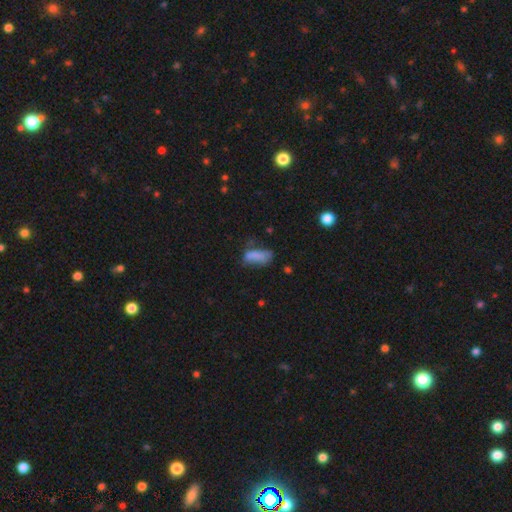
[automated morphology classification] Smooth or featured?
  - smooth: 72% *
  - featured or disk: 17%
  - star or artifact: 11%
How rounded?
  - in between: 76% *
  - cigar-shaped: 21%
  - round: 3%
Merging?
  - none: 37% *
  - minor disturbance: 32%
  - major disturbance: 25%
  - merger: 7%